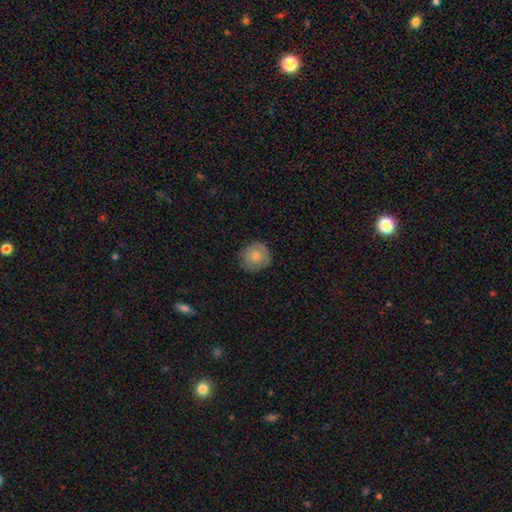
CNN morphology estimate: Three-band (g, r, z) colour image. It shows a smooth galaxy with no disk features (75%) that is round (90%). Merging: none (79%).